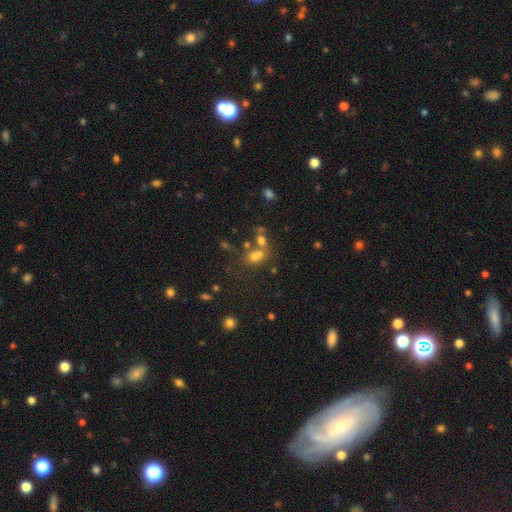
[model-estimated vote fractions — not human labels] The model was most divided on "how rounded" (2-way tie): round: 49%, in between: 49%, cigar-shaped: 2%. Remaining: smooth or featured — smooth (57%); merging — merger (50%).